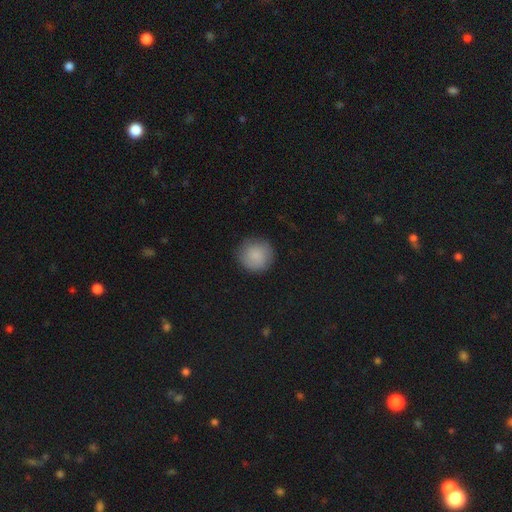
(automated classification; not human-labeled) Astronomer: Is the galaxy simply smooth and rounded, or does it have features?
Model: smooth — 85%.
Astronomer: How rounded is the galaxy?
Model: round — 94%.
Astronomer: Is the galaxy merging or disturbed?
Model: none — 86%.